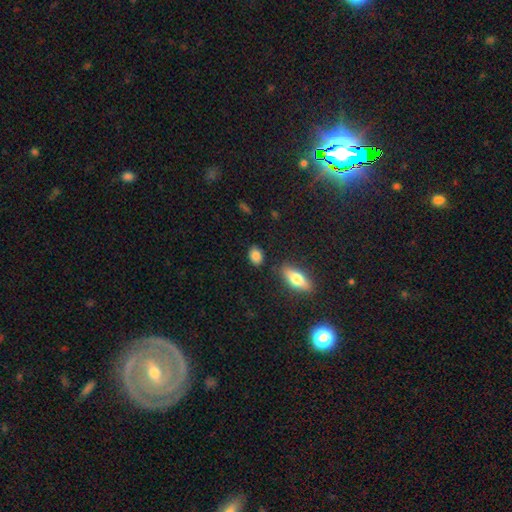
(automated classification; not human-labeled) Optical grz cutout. It shows a smooth galaxy with no disk features (85%) that is in between round and cigar-shaped (77%). Merging: none (83%).